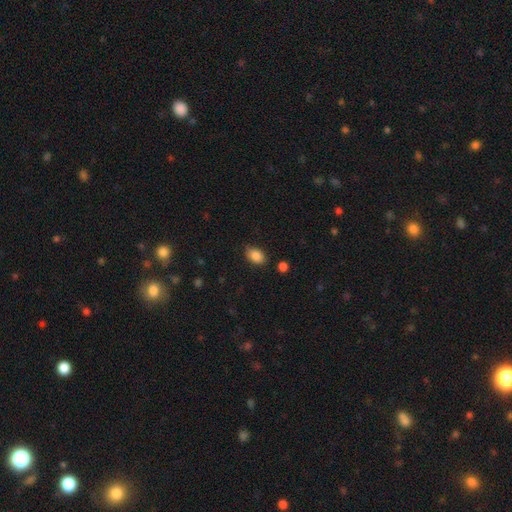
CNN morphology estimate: type=smooth (88%); roundness=in between (87%); merging=none (79%).